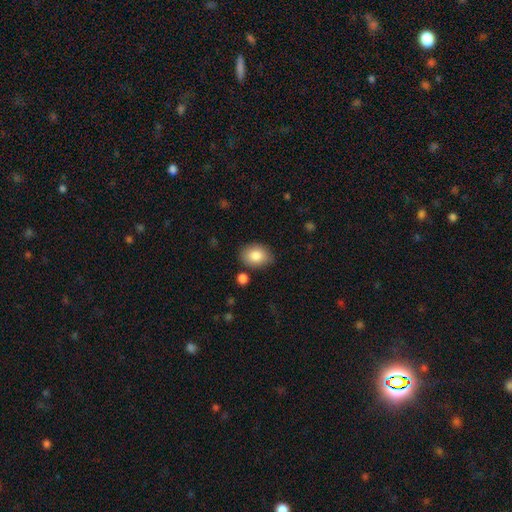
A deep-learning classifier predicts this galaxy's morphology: smooth 85%, featured or disk 8%, star or artifact 7%. Down the decision tree: how rounded — in between (72%); merging — none (78%).